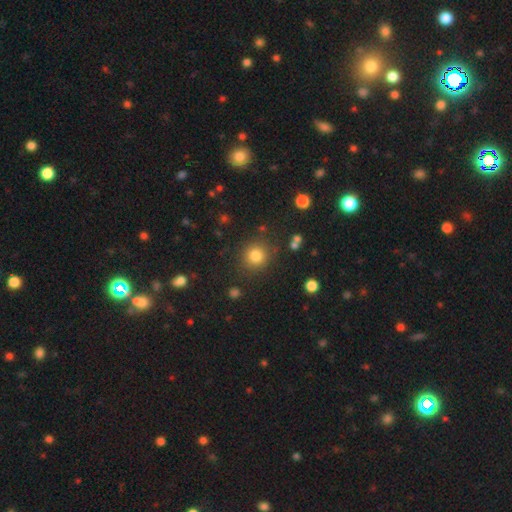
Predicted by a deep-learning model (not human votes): Smooth or featured?
  - smooth: 83% *
  - star or artifact: 12%
  - featured or disk: 5%
How rounded?
  - round: 92% *
  - in between: 7%
  - cigar-shaped: 1%
Merging?
  - none: 85% *
  - minor disturbance: 8%
  - major disturbance: 4%
  - merger: 3%